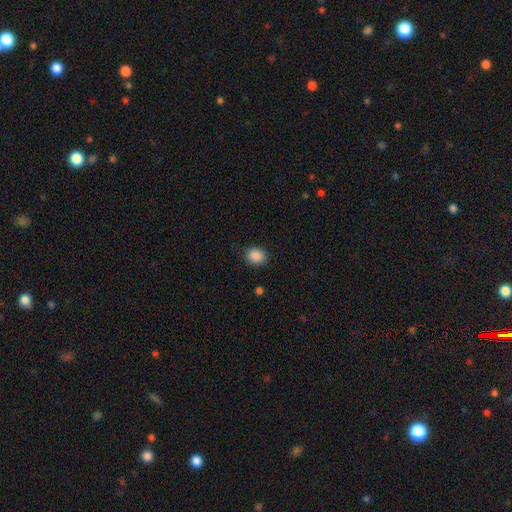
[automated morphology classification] smooth 88%, star or artifact 9%, featured or disk 3%. Down the decision tree: how rounded — round (69%); merging — none (87%).